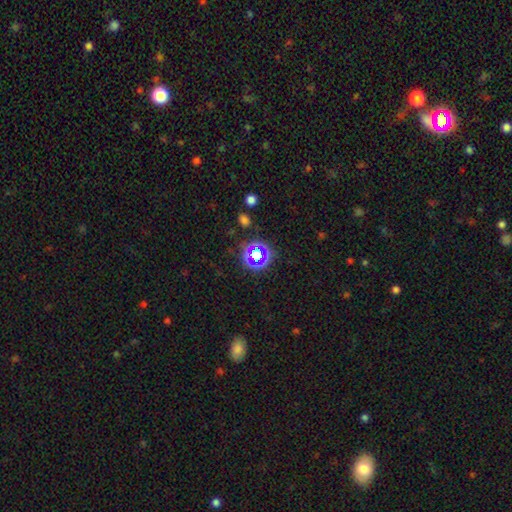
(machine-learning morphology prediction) Overall: star or artifact (59%; smooth 30%).